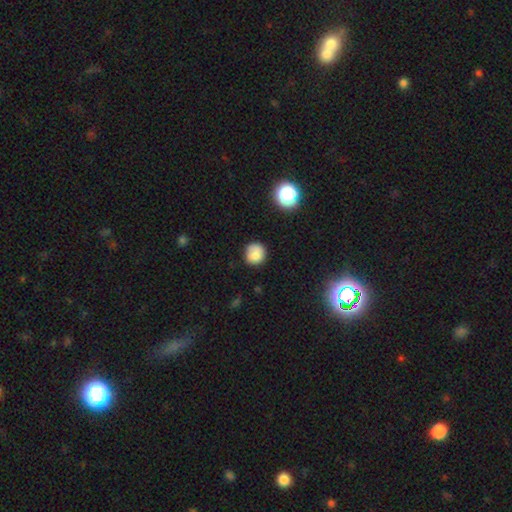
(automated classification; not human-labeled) This is likely a smooth galaxy (79%). How rounded: clearly round (89%). Merging: likely none (73%).